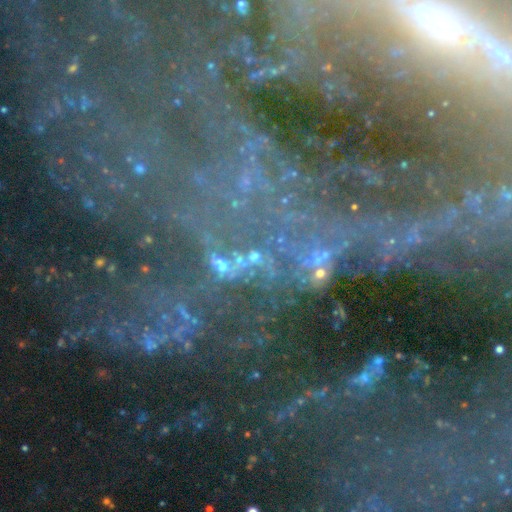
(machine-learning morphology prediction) Smooth or featured: star or artifact — 52% (featured or disk — 31%)